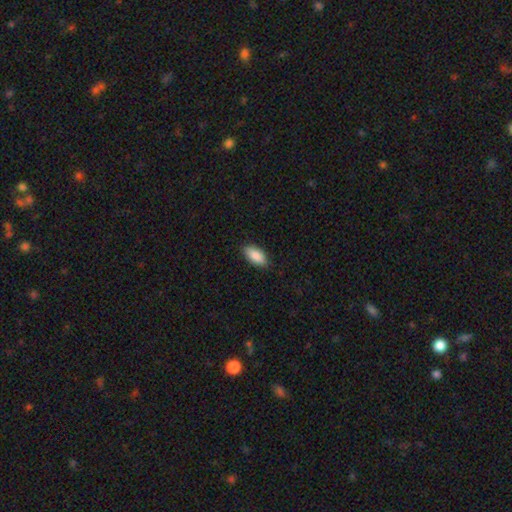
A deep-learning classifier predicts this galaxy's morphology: smooth 89%, star or artifact 6%, featured or disk 5%. Down the decision tree: how rounded — in between (91%); merging — none (86%).